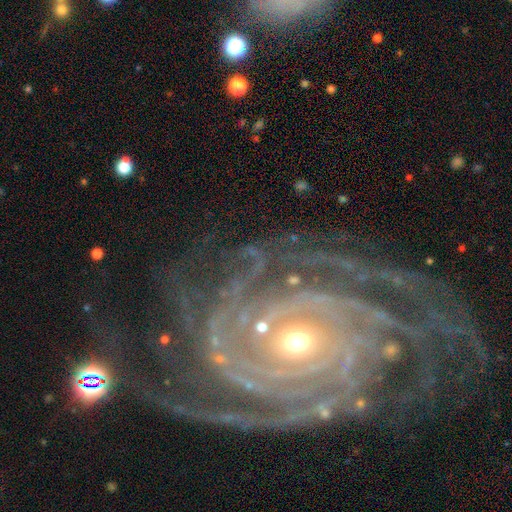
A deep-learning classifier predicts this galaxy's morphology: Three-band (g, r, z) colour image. It shows a featured or disk galaxy (87%) with no bar (67%), tight (75%) spiral arms (96%) and a moderate central bulge (47%, tied with small). Merging: none (69%).